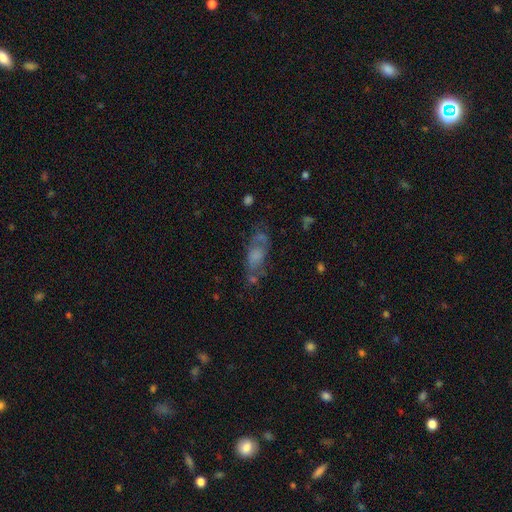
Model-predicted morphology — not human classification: A smooth galaxy with no disk features (52%) that is in between round and cigar-shaped (70%).

Vote fractions:
- Smooth or featured? smooth: 52% / featured or disk: 34% / star or artifact: 14%
- How rounded? in between: 70% / cigar-shaped: 23% / round: 7%
- Merging? none: 46% / minor disturbance: 21% / major disturbance: 18% / merger: 15%